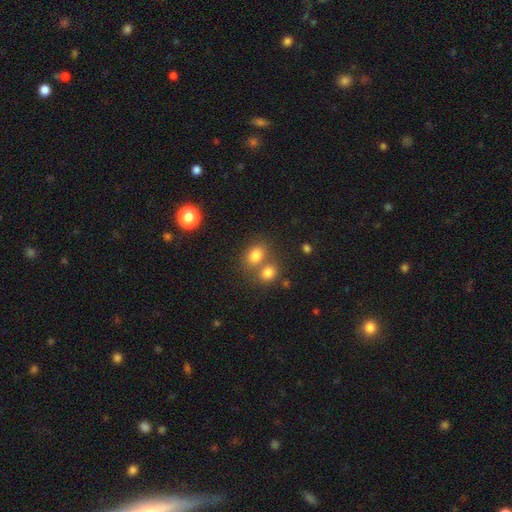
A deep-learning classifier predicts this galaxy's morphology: Smooth or featured? Predicted: smooth (p=0.79). How rounded? Predicted: in between (p=0.55). Merging? Predicted: none (p=0.45).